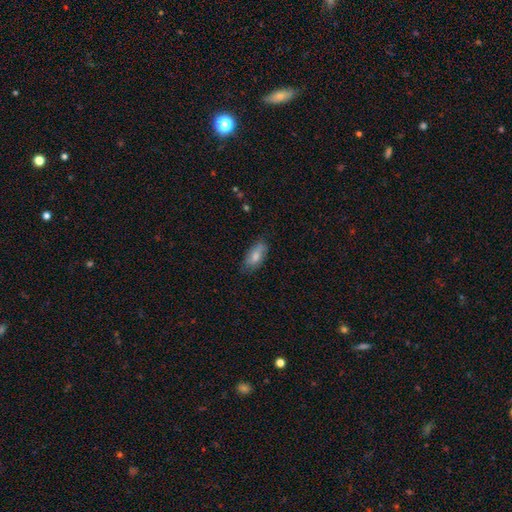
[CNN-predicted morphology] The model was most divided on "merging": none: 71%, minor disturbance: 23%, major disturbance: 5%, merger: 1%. More confident: how rounded — in between (87%); smooth or featured — smooth (75%).